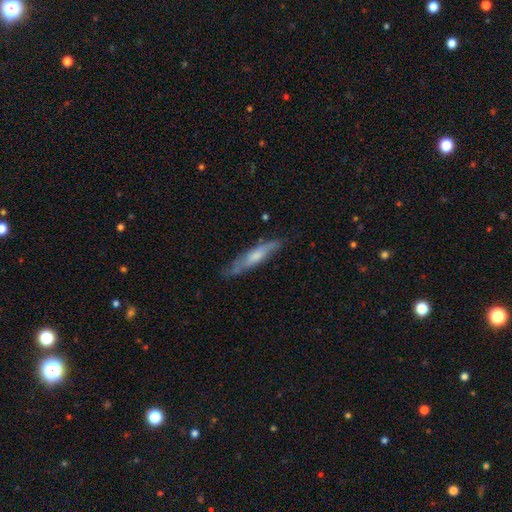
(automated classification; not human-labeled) Smooth or featured: featured or disk — 50% (smooth — 44%)
Merging: none — 72% (minor disturbance — 21%)